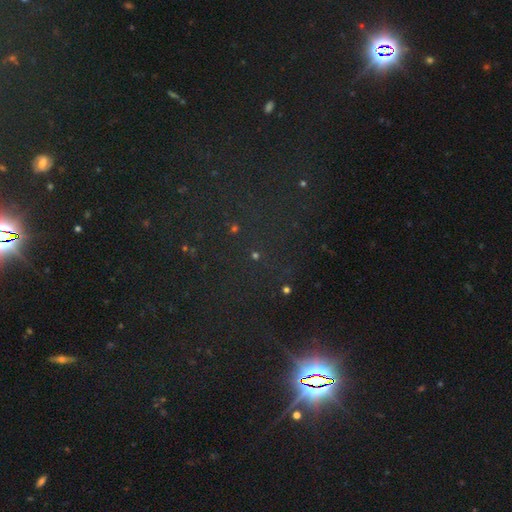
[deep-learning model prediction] This is likely a star or artifact rather than a galaxy (71%).